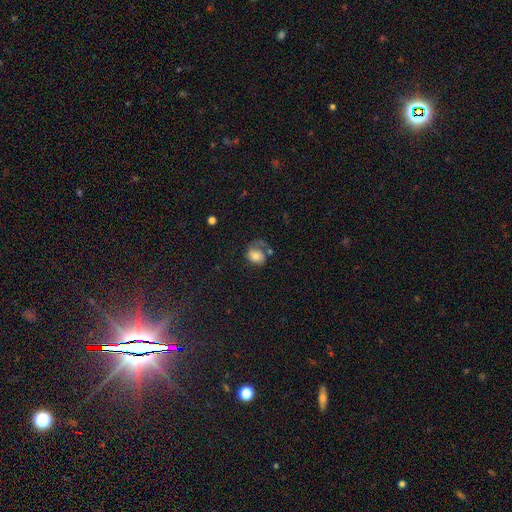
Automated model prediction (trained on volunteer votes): Smooth or featured? smooth (60%)
How rounded? in between (57%)
Merging? major disturbance (36%)